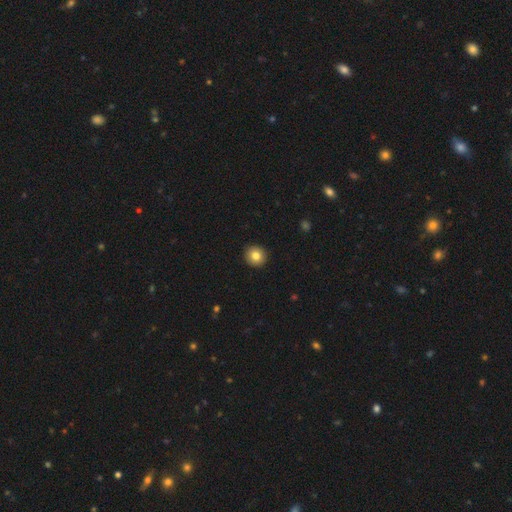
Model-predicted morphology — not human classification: type=smooth (82%); roundness=round (92%); merging=none (93%).